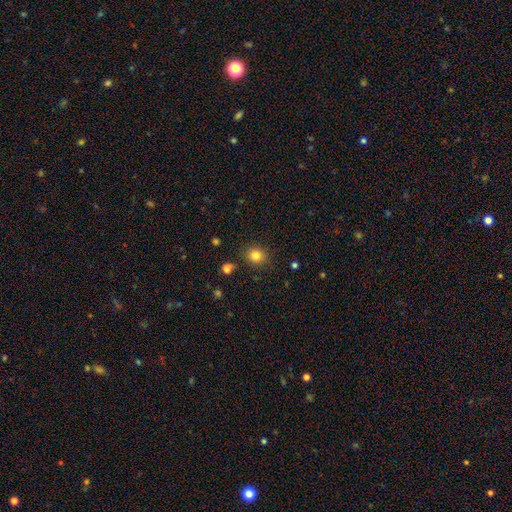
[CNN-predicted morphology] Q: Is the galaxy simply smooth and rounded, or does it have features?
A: smooth — 82%.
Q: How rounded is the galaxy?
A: round — 77%.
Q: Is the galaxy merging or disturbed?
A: none — 83%.